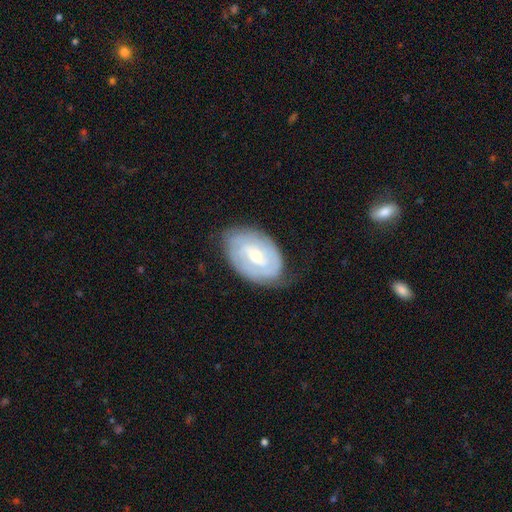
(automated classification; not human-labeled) This appears to be a featured or disk galaxy (77%) with a weak bar (47%), tight (69%) spiral arms (85%) and a moderate central bulge (51%). Merging: none (72%).